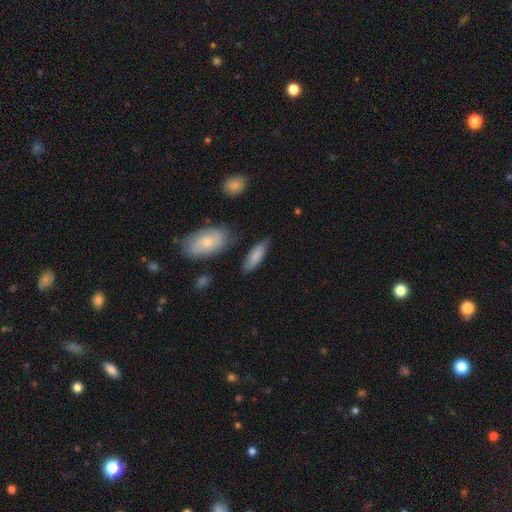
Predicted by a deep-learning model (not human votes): Smooth or featured?
  - smooth: 82% *
  - featured or disk: 12%
  - star or artifact: 6%
How rounded?
  - in between: 66% *
  - cigar-shaped: 32%
  - round: 2%
Merging?
  - none: 75% *
  - minor disturbance: 17%
  - merger: 5%
  - major disturbance: 4%